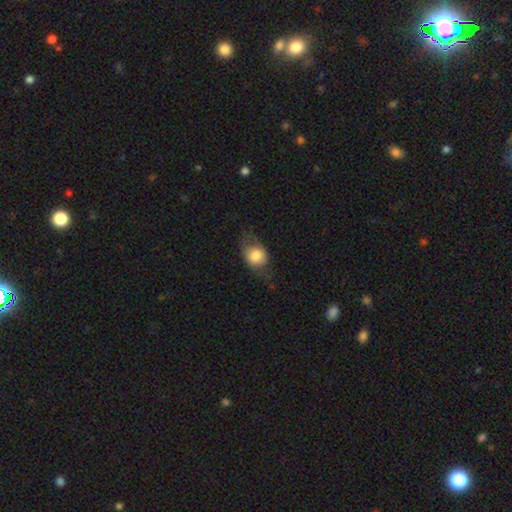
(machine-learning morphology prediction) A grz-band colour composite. It shows a smooth galaxy with no disk features (72%) that is round (50%). Merging: none (60%).